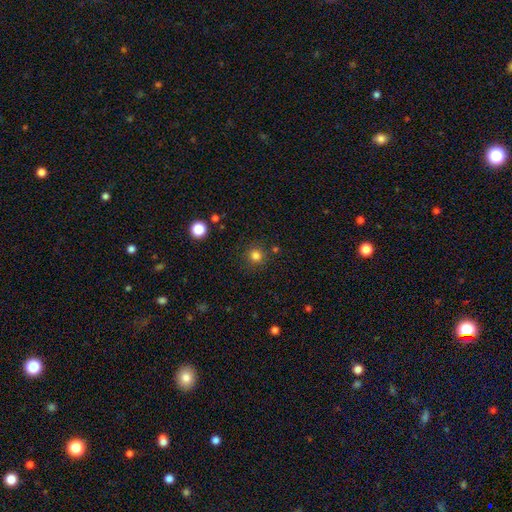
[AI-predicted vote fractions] Q: Smooth or featured?
A: smooth (81%); runner-up: star or artifact (14%)
Q: How rounded?
A: round (93%); runner-up: in between (6%)
Q: Merging?
A: none (86%); runner-up: minor disturbance (7%)